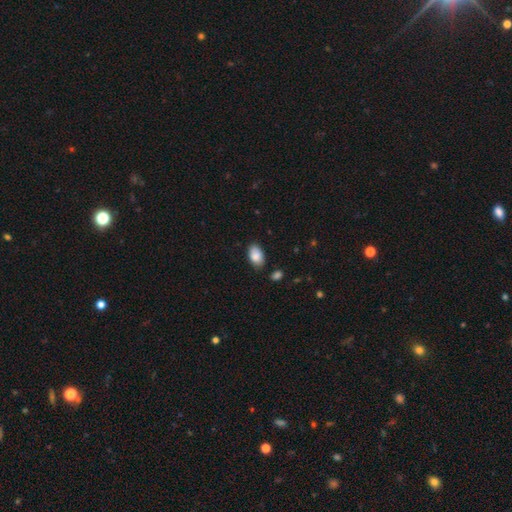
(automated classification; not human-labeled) Smooth or featured? Predicted: smooth (p=0.87). How rounded? Predicted: in between (p=0.93). Merging? Predicted: none (p=0.80).